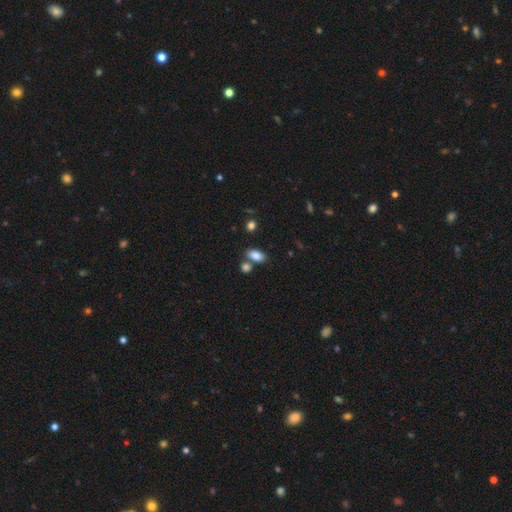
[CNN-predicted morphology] smooth-or-featured: smooth: 84% | star or artifact: 9% | featured or disk: 7%
  how-rounded: in between: 89% | round: 8% | cigar-shaped: 4%
  merging: none: 63% | merger: 23% | minor disturbance: 11% | major disturbance: 3%